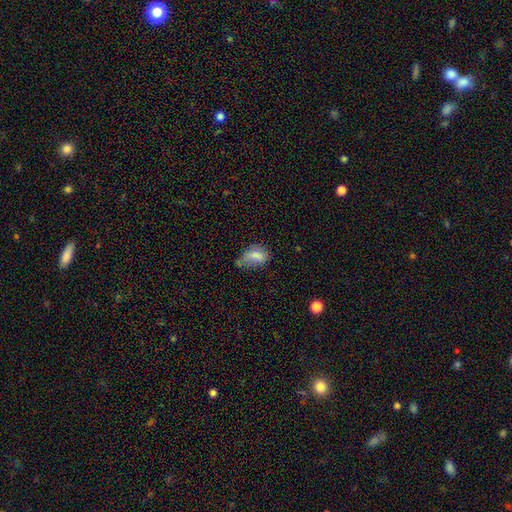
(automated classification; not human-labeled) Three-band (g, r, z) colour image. It shows a smooth galaxy with no disk features (75%) that is in between round and cigar-shaped (89%). Merging: minor disturbance (38%).